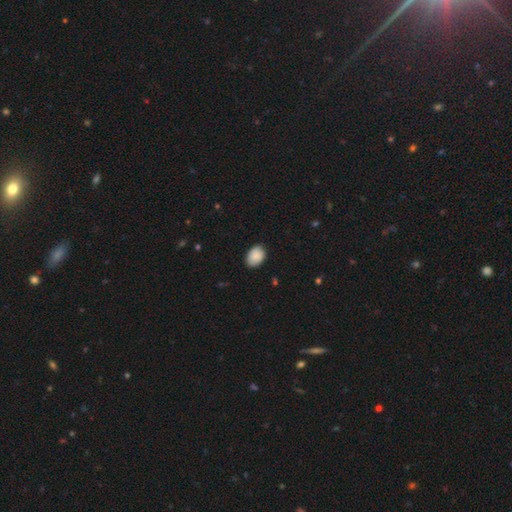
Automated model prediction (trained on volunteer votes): Overall: smooth (89%). How rounded: in between (77%). Merging: none (82%).